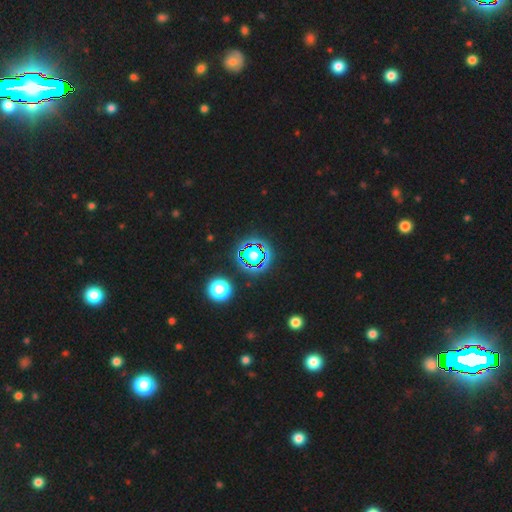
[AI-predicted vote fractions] A star or artifact, not a galaxy (68%).